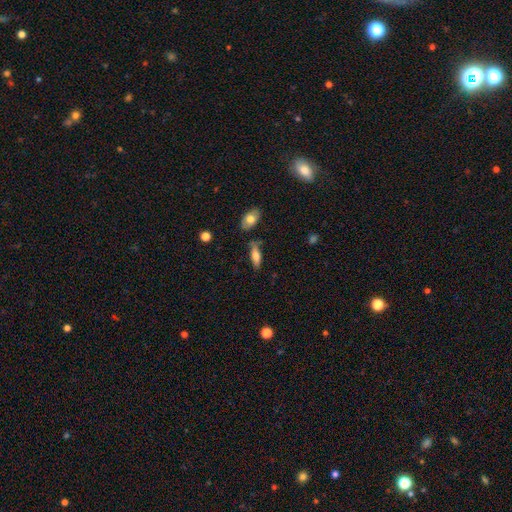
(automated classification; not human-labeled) Morphology: type=smooth (69%); roundness=in between (64%); merging=none (71%).